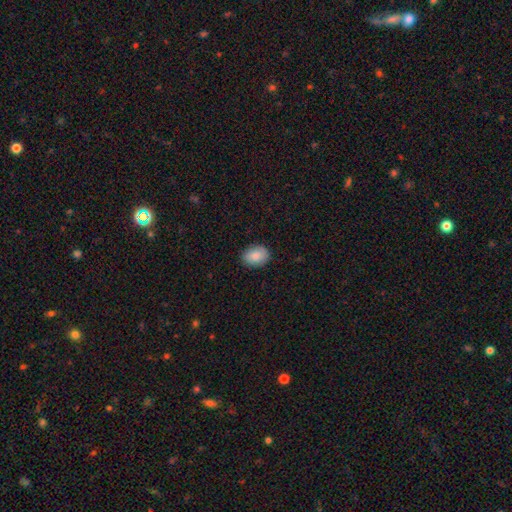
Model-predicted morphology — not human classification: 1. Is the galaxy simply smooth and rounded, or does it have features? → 86% smooth, 7% featured or disk, 7% star or artifact.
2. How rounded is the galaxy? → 72% in between, 27% round, 1% cigar-shaped.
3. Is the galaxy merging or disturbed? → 88% none, 9% minor disturbance, 2% major disturbance, 1% merger.